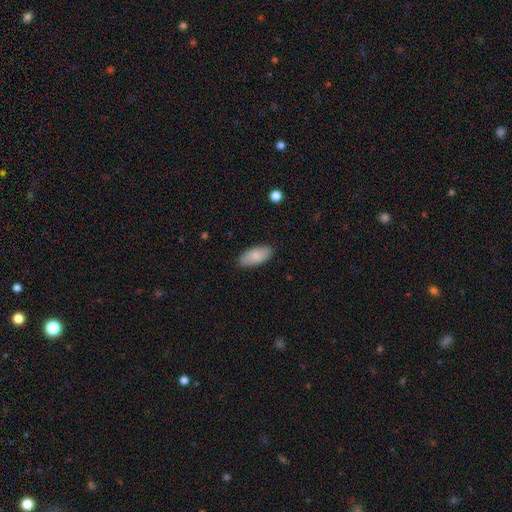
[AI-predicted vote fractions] A smooth galaxy with no disk features (84%) that is in between round and cigar-shaped (91%). Merging: none (86%).